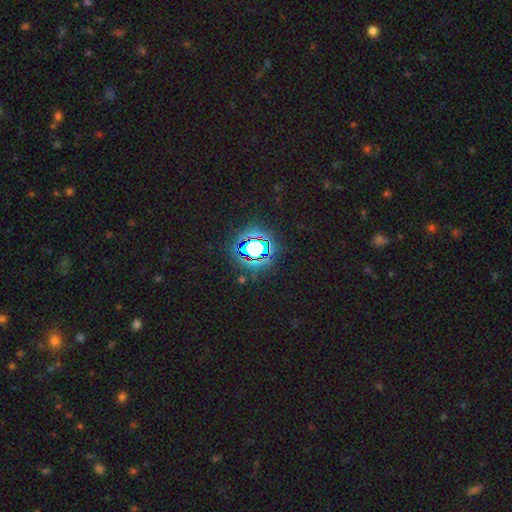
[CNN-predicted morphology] Smooth or featured? Predicted: star or artifact (p=0.80).